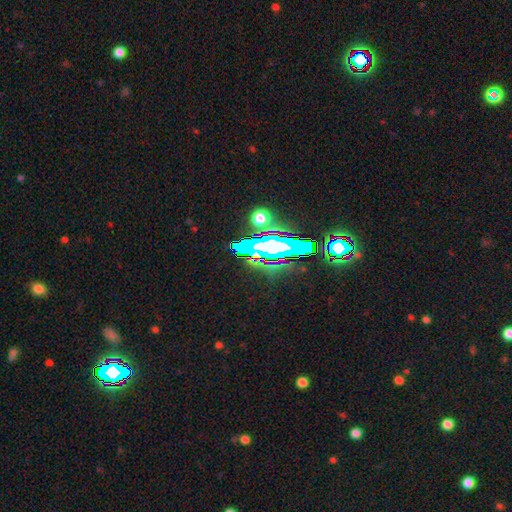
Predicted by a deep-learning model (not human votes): smooth_or_featured: star or artifact (p=0.65) [alt: smooth p=0.18]